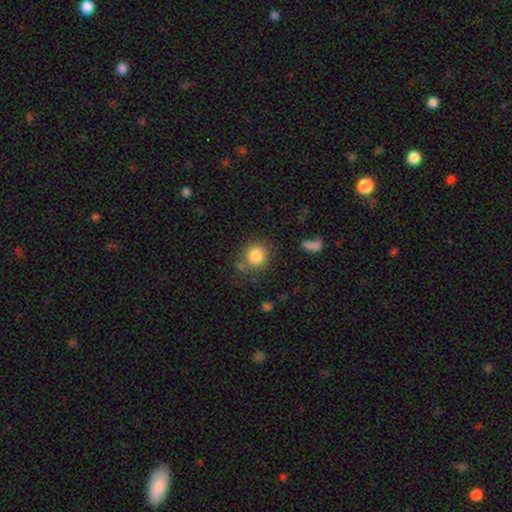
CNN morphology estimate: This appears to be a smooth galaxy with no disk features (84%) that is round (89%). Merging: none (73%).